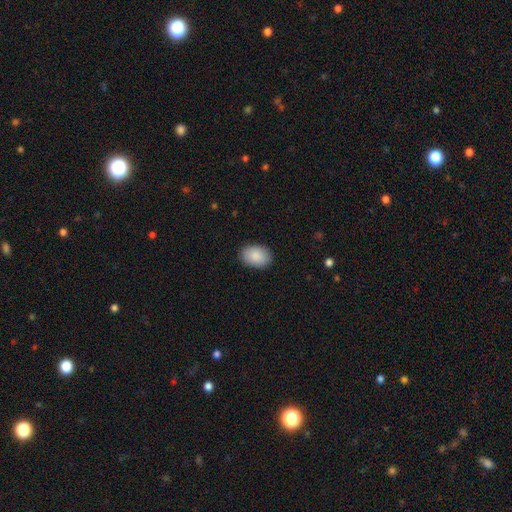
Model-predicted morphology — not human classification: Q: Smooth or featured?
A: smooth (90%); runner-up: star or artifact (6%)
Q: How rounded?
A: in between (83%); runner-up: round (16%)
Q: Merging?
A: none (88%); runner-up: minor disturbance (9%)